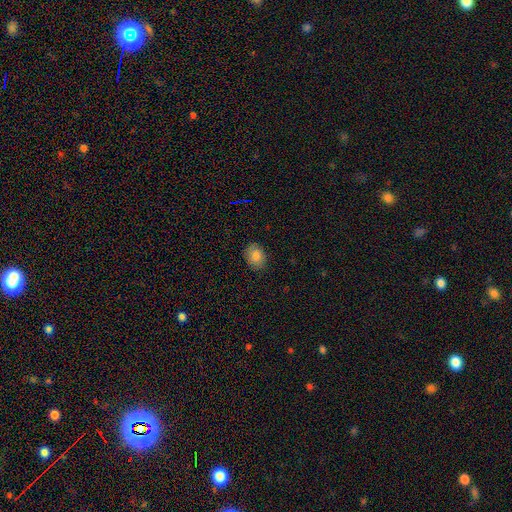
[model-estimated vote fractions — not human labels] Smooth or featured? Predicted: smooth (p=0.85). How rounded? Predicted: in between (p=0.61). Merging? Predicted: none (p=0.85).